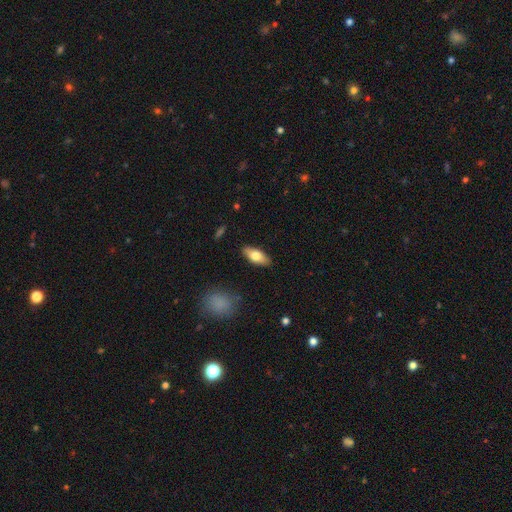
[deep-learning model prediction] A smooth galaxy with no disk features (70%) that is in between round and cigar-shaped (81%).

Vote fractions:
- Smooth or featured? smooth: 70% / featured or disk: 24% / star or artifact: 6%
- How rounded? in between: 81% / cigar-shaped: 16% / round: 3%
- Merging? none: 87% / minor disturbance: 10% / major disturbance: 2% / merger: 1%